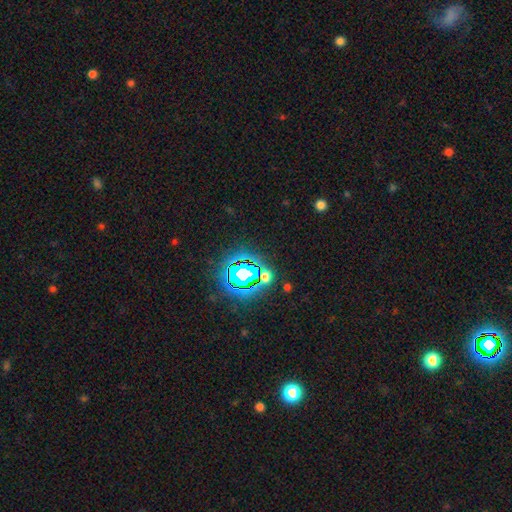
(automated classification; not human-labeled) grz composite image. It shows a star or artifact, not a galaxy (83%).